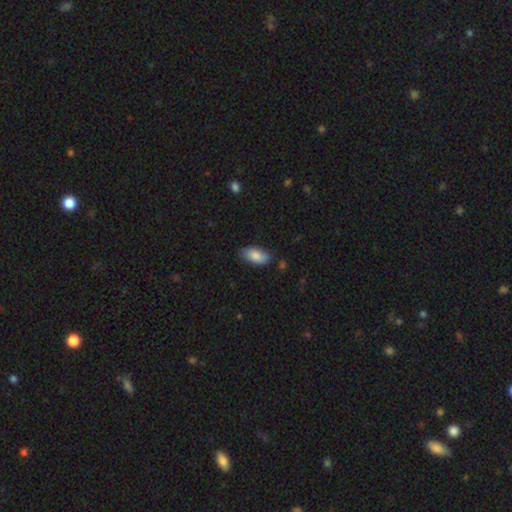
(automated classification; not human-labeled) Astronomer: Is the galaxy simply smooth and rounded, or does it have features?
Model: smooth — 84%.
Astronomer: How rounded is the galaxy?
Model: in between — 92%.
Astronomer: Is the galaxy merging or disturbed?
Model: none — 80%.